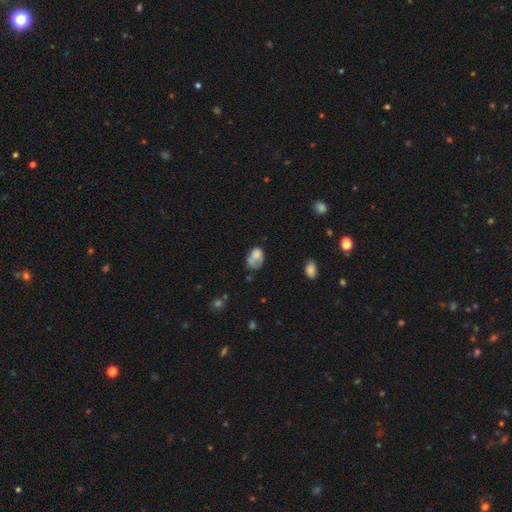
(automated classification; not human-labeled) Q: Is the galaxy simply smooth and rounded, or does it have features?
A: smooth — 61%.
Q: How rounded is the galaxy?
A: in between — 73%.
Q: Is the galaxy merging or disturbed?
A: none — 32%.